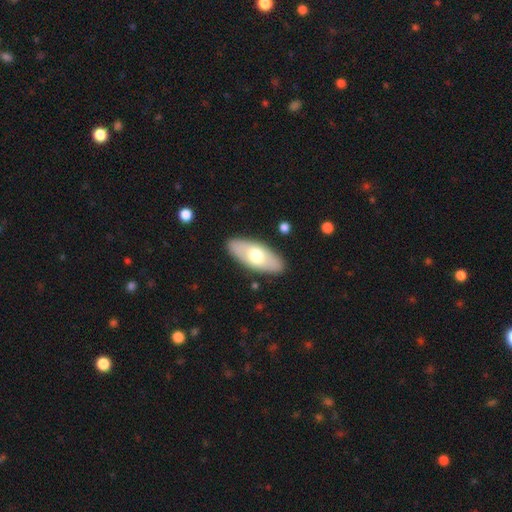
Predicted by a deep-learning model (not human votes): This appears to be a smooth galaxy with no disk features (61%) that is in between round and cigar-shaped (85%). Merging: none (88%).